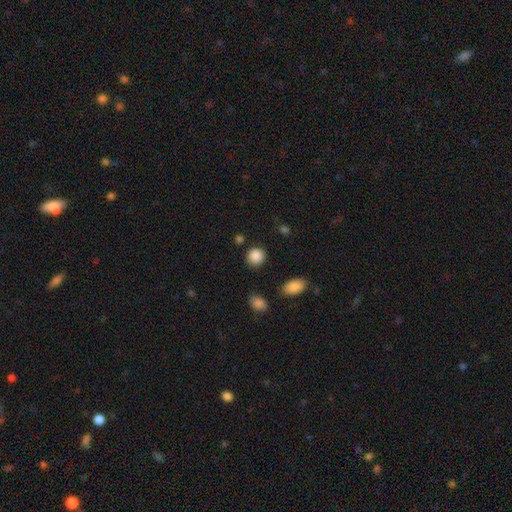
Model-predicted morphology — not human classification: A smooth galaxy with no disk features (88%) that is round (87%).

Vote fractions:
- Smooth or featured? smooth: 88% / star or artifact: 9% / featured or disk: 3%
- How rounded? round: 87% / in between: 12% / cigar-shaped: 1%
- Merging? none: 85% / minor disturbance: 9% / major disturbance: 3% / merger: 3%